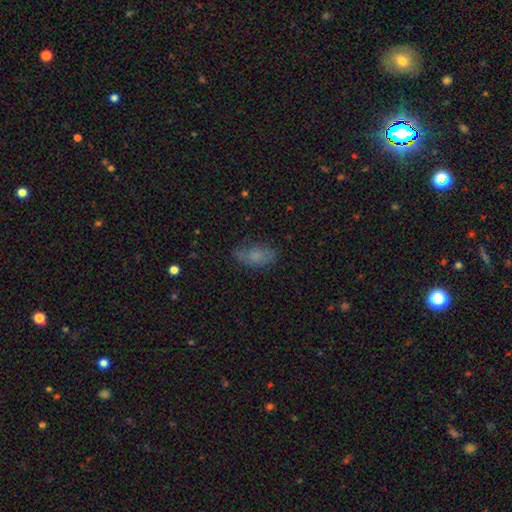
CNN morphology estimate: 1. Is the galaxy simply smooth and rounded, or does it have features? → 70% smooth, 19% featured or disk, 11% star or artifact.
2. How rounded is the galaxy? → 88% in between, 7% cigar-shaped, 5% round.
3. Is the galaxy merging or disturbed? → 66% none, 24% minor disturbance, 8% major disturbance, 2% merger.